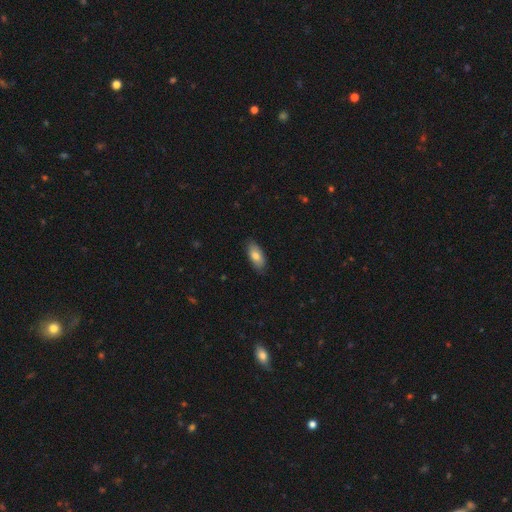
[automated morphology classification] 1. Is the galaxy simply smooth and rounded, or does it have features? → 77% smooth, 17% featured or disk, 6% star or artifact.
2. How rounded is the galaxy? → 89% in between, 9% cigar-shaped, 3% round.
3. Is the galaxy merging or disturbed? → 84% none, 13% minor disturbance, 2% major disturbance, 1% merger.